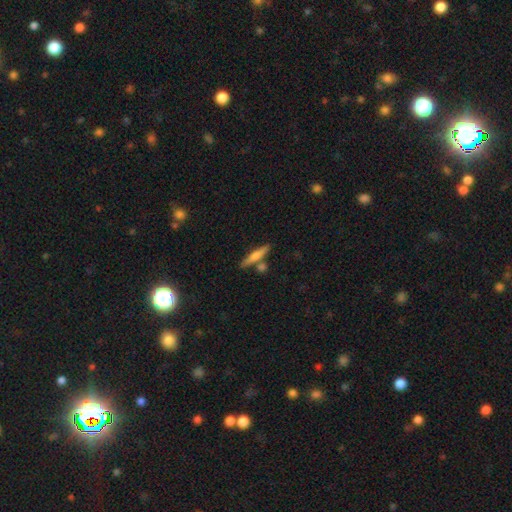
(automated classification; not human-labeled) Smooth or featured?
  - smooth: 54% *
  - featured or disk: 40%
  - star or artifact: 6%
How rounded?
  - cigar-shaped: 88% *
  - in between: 10%
  - round: 2%
Merging?
  - none: 75% *
  - merger: 12%
  - minor disturbance: 10%
  - major disturbance: 3%